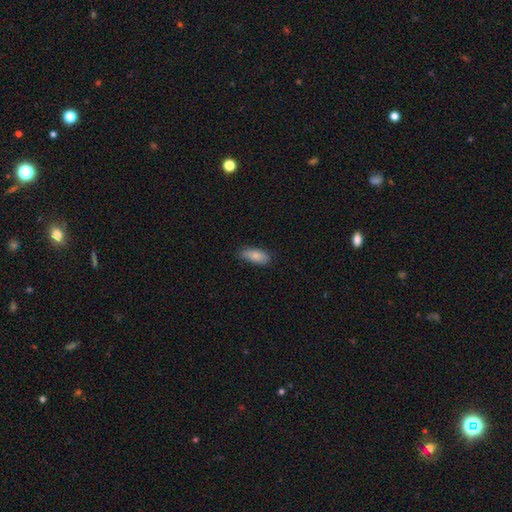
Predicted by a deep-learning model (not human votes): smooth-or-featured: smooth: 83% | featured or disk: 10% | star or artifact: 7%
  how-rounded: in between: 84% | cigar-shaped: 14% | round: 2%
  merging: none: 76% | minor disturbance: 20% | major disturbance: 3% | merger: 1%